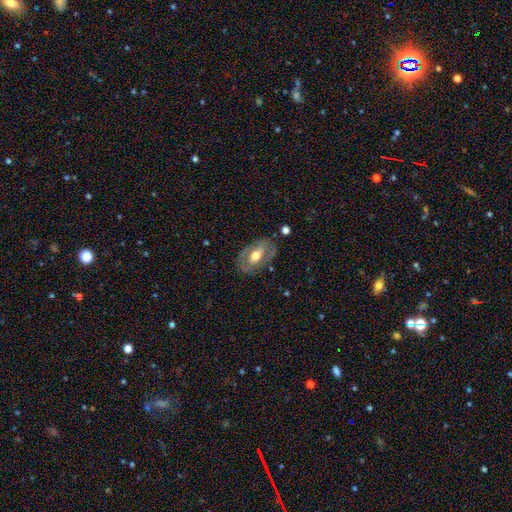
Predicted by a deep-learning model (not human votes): Smooth or featured? featured or disk (58%)
Edge-on disk? no (90%)
Bar? no (50%)
Spiral arms? no (66%)
Bulge size? moderate (69%)
Merging? none (75%)